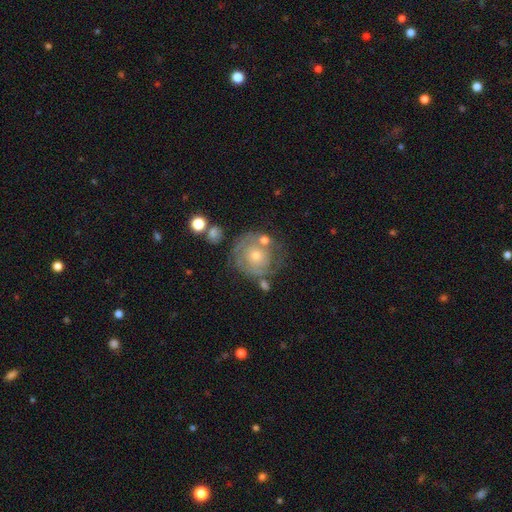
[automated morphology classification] featured or disk 68%, smooth 24%, star or artifact 8%. Down the decision tree: edge-on disk — no (97%); bar — no (86%); spiral arms — yes (72%); bulge size — small (53%); merging — none (64%).